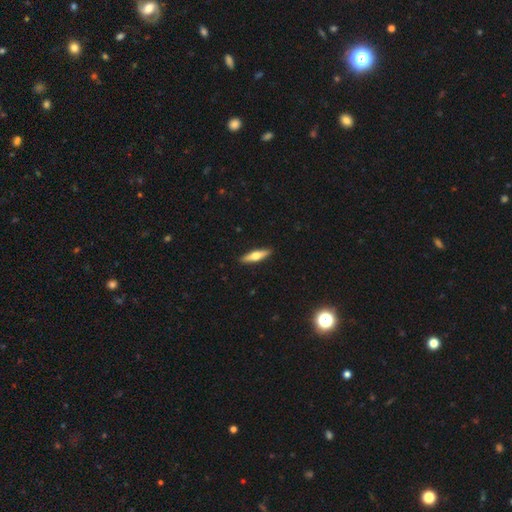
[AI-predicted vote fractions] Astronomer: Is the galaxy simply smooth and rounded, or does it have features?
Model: featured or disk — 49% (runner-up: smooth, 45%).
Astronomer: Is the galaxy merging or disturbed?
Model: none — 91%.